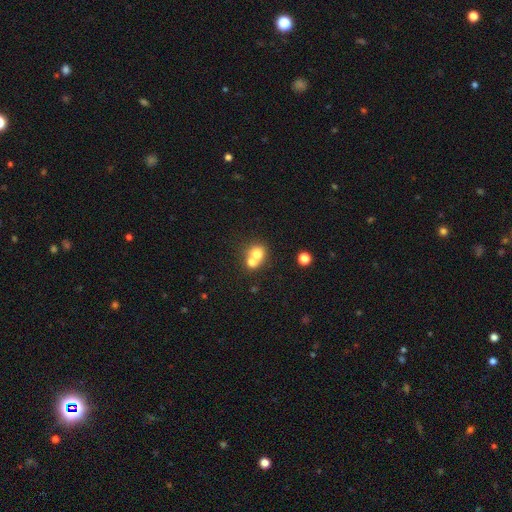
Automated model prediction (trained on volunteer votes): The model was most divided on "merging": merger: 64%, none: 28%, minor disturbance: 5%, major disturbance: 3%. More confident: how rounded — round (74%); smooth or featured — smooth (70%).